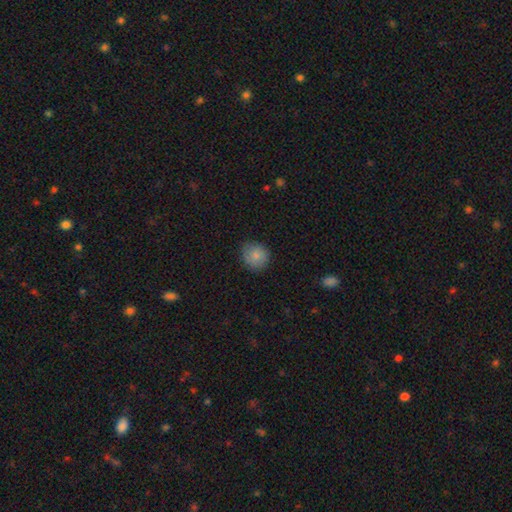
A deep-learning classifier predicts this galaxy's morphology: This appears to be a smooth galaxy with no disk features (84%) that is round (86%). Merging: none (83%).